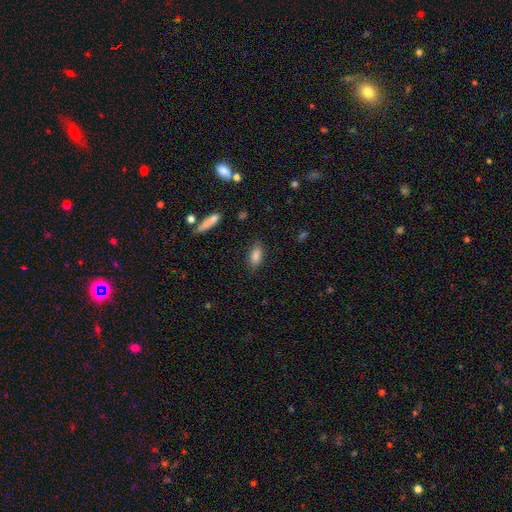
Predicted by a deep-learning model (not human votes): Smooth or featured: smooth — 84% (featured or disk — 8%)
How rounded: in between — 83% (cigar-shaped — 13%)
Merging: none — 82% (minor disturbance — 14%)